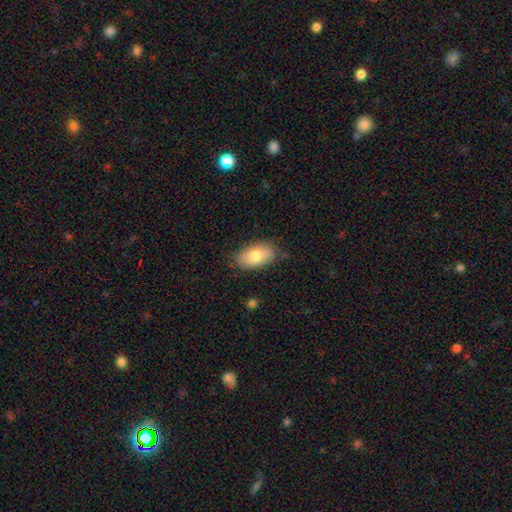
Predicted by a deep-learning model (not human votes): Morphology: type=smooth (77%); roundness=in between (93%); merging=none (77%).